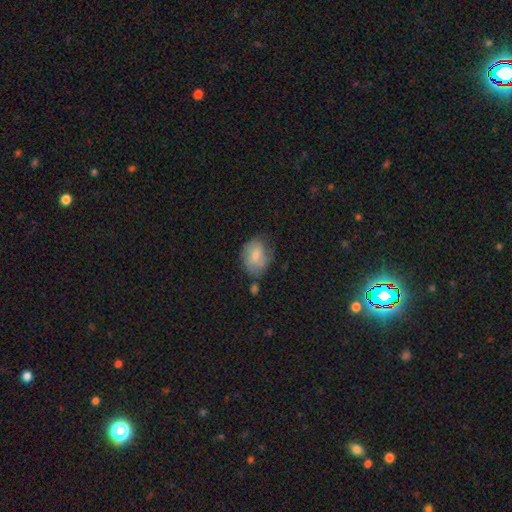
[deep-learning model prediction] A smooth galaxy with no disk features (69%) that is in between round and cigar-shaped (59%). Merging: none (55%).